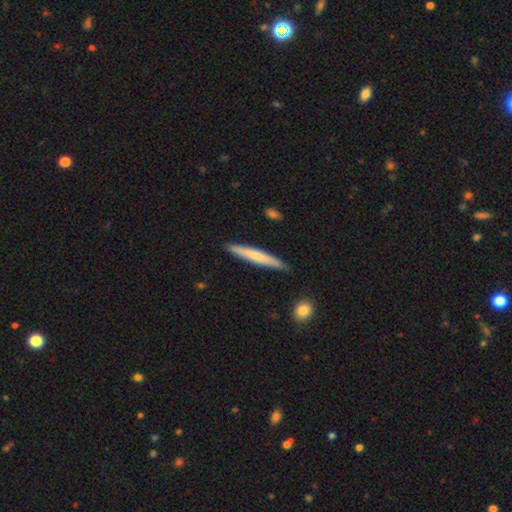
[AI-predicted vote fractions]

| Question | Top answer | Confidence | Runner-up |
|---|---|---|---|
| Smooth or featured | smooth | 61% | featured or disk (34%) |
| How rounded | cigar-shaped | 95% | in between (3%) |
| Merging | none | 88% | minor disturbance (9%) |